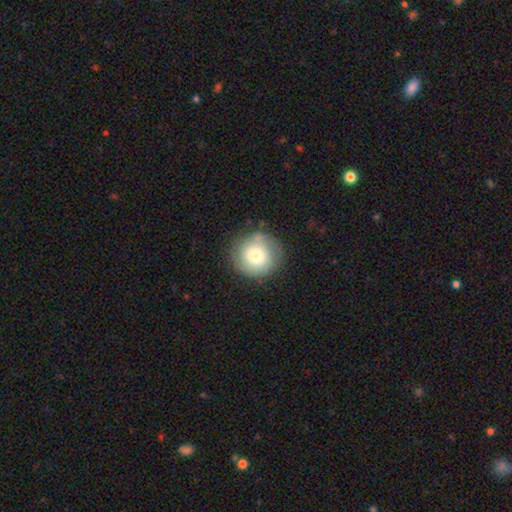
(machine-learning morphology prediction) Smooth or featured? smooth (72%)
How rounded? round (92%)
Merging? none (79%)